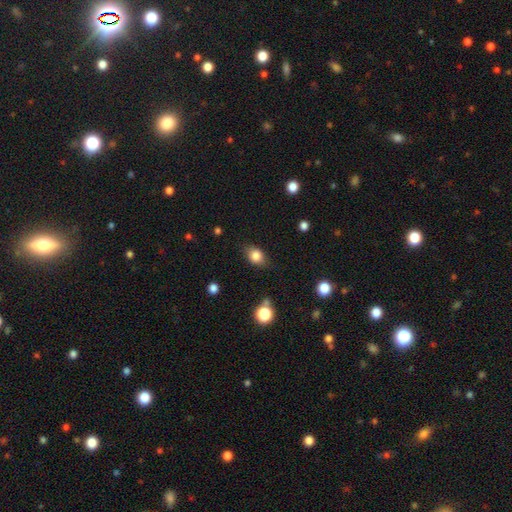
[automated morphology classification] A smooth galaxy with no disk features (81%) that is in between round and cigar-shaped (67%). Merging: none (77%).